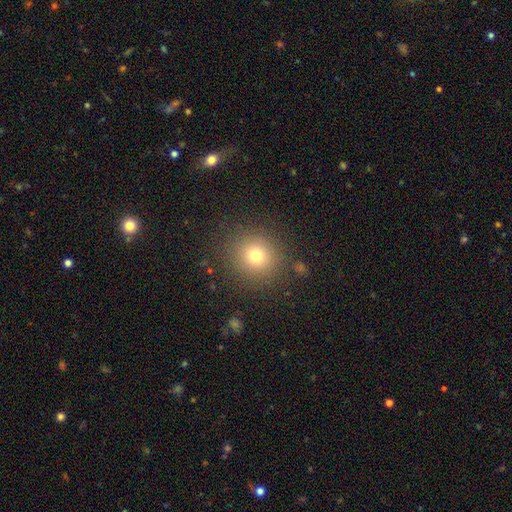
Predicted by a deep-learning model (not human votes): Smooth or featured: smooth — 75% (star or artifact — 15%)
How rounded: round — 90% (in between — 9%)
Merging: none — 87% (minor disturbance — 8%)